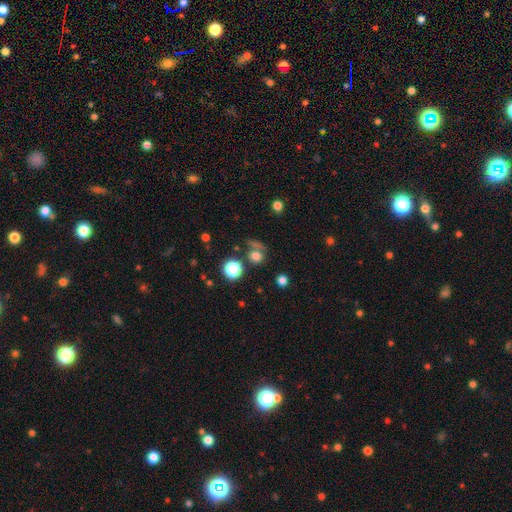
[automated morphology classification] Q: Smooth or featured?
A: smooth (73%); runner-up: star or artifact (20%)
Q: How rounded?
A: round (86%); runner-up: in between (13%)
Q: Merging?
A: none (62%); runner-up: merger (18%)